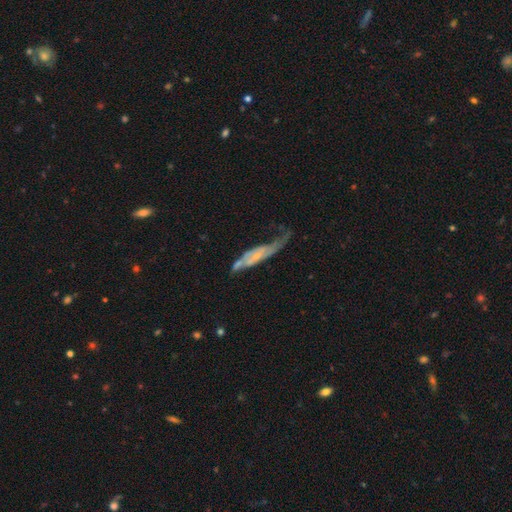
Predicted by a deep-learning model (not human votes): Smooth or featured? featured or disk (69%)
Edge-on disk? no (70%)
Merging? major disturbance (32%)